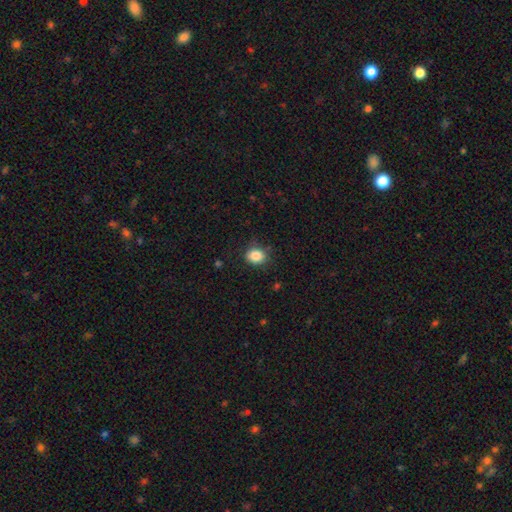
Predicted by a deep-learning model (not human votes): A smooth galaxy with no disk features (86%) that is round (65%). Merging: none (80%).